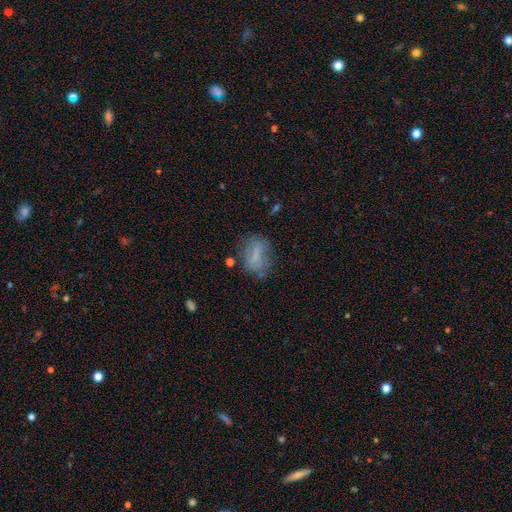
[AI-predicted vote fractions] A smooth galaxy with no disk features (60%) that is in between round and cigar-shaped (73%). Merging: none (60%).